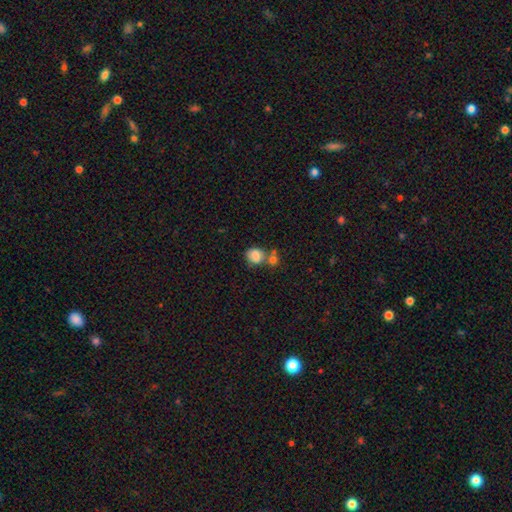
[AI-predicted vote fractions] Morphology: type=smooth (80%); roundness=round (63%); merging=none (43%).